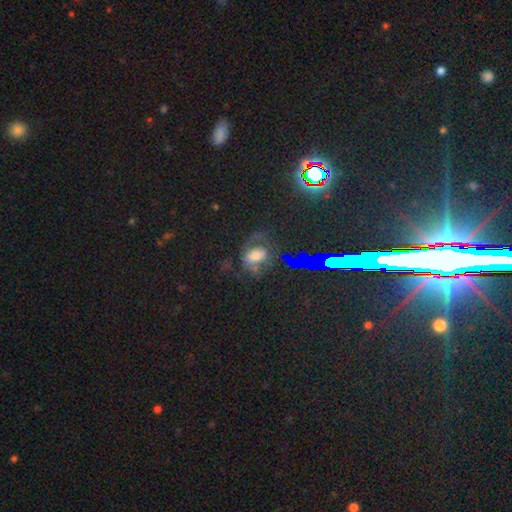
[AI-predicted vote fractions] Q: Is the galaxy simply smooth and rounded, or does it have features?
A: smooth — 43%.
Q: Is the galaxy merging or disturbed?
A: none — 50%.